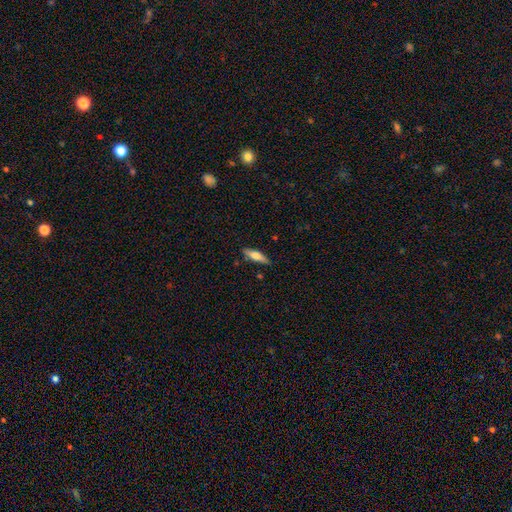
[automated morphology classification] smooth-or-featured: smooth: 60% | featured or disk: 34% | star or artifact: 6%
  how-rounded: cigar-shaped: 65% | in between: 33% | round: 2%
  merging: none: 85% | minor disturbance: 11% | major disturbance: 2% | merger: 2%